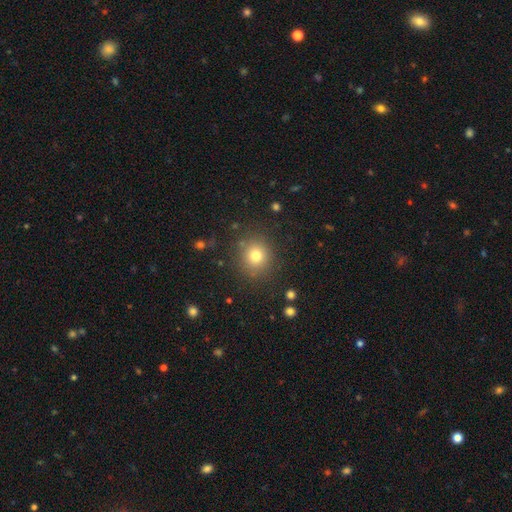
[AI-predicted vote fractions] smooth 77%, star or artifact 14%, featured or disk 9%. Down the decision tree: how rounded — round (87%); merging — none (85%).